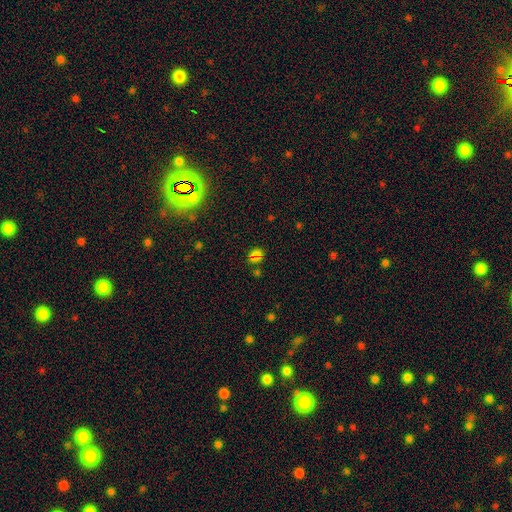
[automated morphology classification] smooth-or-featured: smooth: 59% | star or artifact: 32% | featured or disk: 9%
  how-rounded: round: 63% | in between: 35% | cigar-shaped: 2%
  merging: none: 69% | merger: 13% | minor disturbance: 13% | major disturbance: 5%